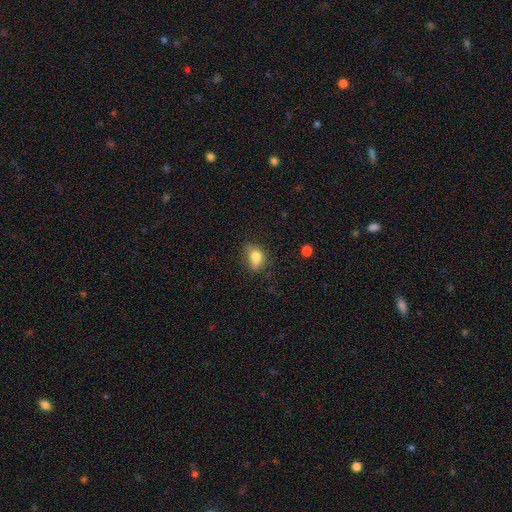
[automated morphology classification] type=smooth (78%); roundness=in between (72%); merging=none (50%).